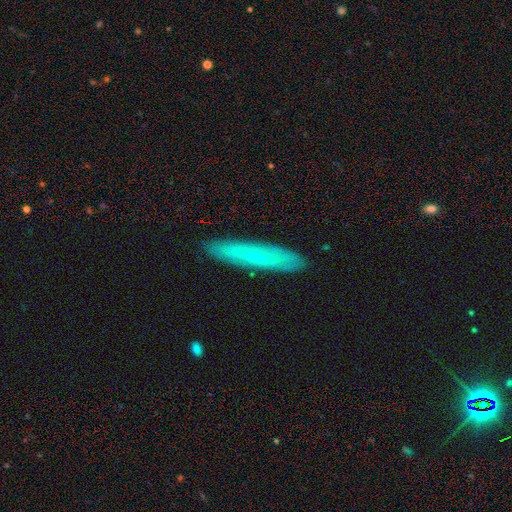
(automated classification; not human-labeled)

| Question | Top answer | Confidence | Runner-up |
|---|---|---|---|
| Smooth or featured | smooth | 53% | featured or disk (40%) |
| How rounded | cigar-shaped | 91% | in between (7%) |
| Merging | none | 89% | minor disturbance (8%) |